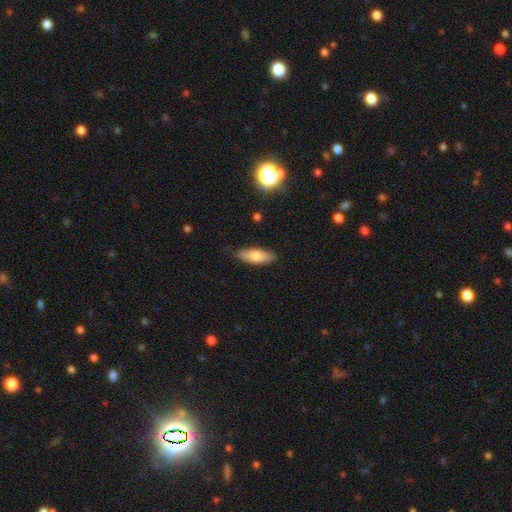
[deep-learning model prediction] This appears to be a smooth galaxy with no disk features (76%) that is in between round and cigar-shaped (68%). Merging: none (84%).